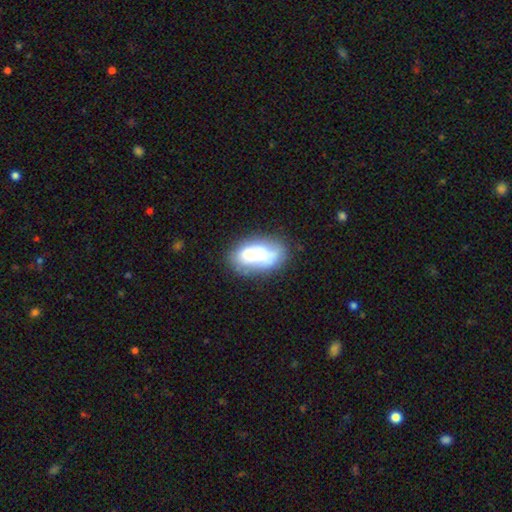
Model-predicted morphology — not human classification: Smooth or featured? smooth (57%)
How rounded? in between (87%)
Merging? none (51%)